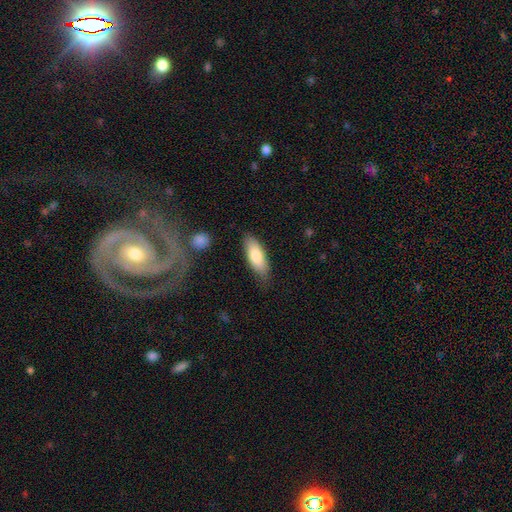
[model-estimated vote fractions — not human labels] smooth-or-featured: smooth: 79% | featured or disk: 15% | star or artifact: 6%
  how-rounded: in between: 74% | cigar-shaped: 24% | round: 2%
  merging: none: 78% | minor disturbance: 16% | major disturbance: 3% | merger: 2%